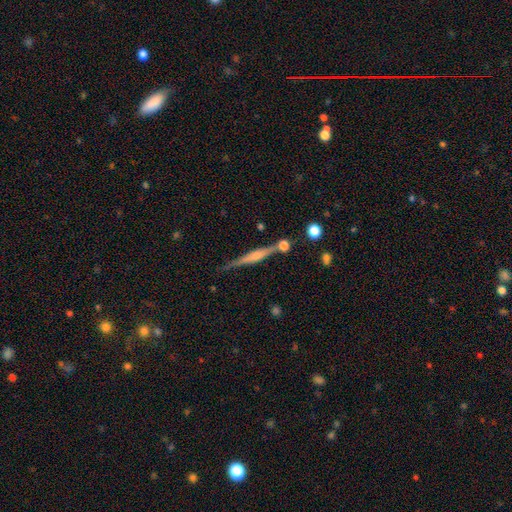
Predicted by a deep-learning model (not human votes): Morphology: type=featured or disk (72%); edge-on=yes (97%); edge-on bulge=rounded (72%); merging=none (77%).